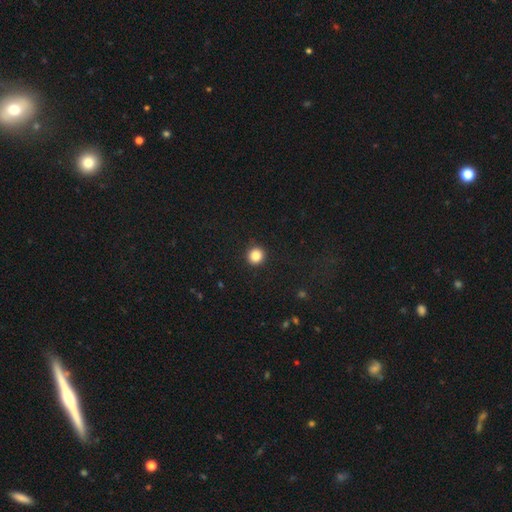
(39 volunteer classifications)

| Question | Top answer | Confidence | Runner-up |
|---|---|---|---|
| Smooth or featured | smooth | 92% | star or artifact (5%) |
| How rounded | round | 97% | in between (3%) |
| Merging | none | 92% | minor disturbance (8%) |